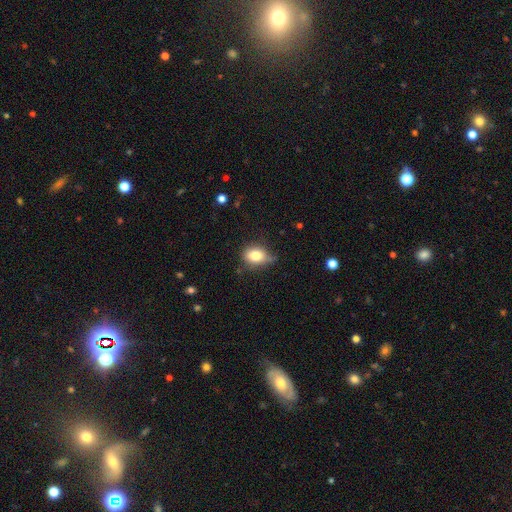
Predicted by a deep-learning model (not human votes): Smooth or featured?
  - smooth: 78% *
  - featured or disk: 12%
  - star or artifact: 10%
How rounded?
  - in between: 66% *
  - round: 32%
  - cigar-shaped: 2%
Merging?
  - none: 55% *
  - minor disturbance: 33%
  - major disturbance: 8%
  - merger: 3%